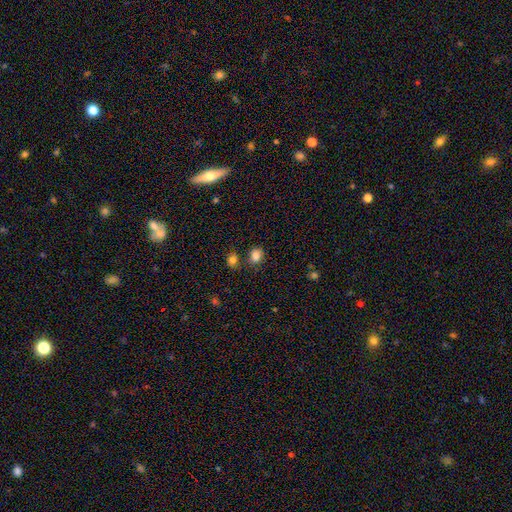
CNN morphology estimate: Overall: smooth (83%). How rounded: round (50%; in between 49%). Merging: none (70%).